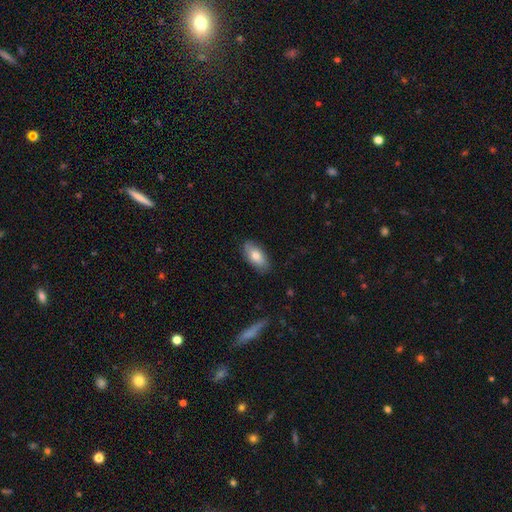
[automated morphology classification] Smooth or featured: smooth — 77% (featured or disk — 17%)
How rounded: in between — 90% (cigar-shaped — 7%)
Merging: none — 84% (minor disturbance — 12%)